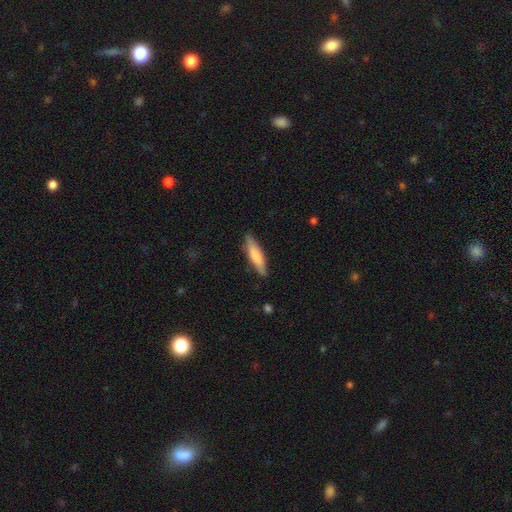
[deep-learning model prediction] smooth-or-featured: smooth: 73% | featured or disk: 22% | star or artifact: 5%
  how-rounded: cigar-shaped: 75% | in between: 24% | round: 1%
  merging: none: 85% | minor disturbance: 12% | major disturbance: 2% | merger: 1%